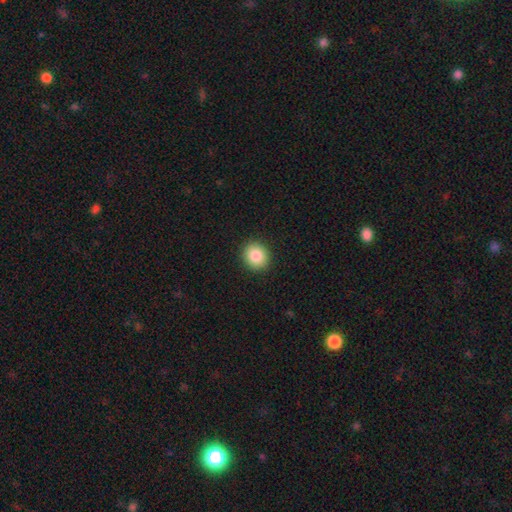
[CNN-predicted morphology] A smooth galaxy with no disk features (85%) that is round (73%).

Vote fractions:
- Smooth or featured? smooth: 85% / star or artifact: 9% / featured or disk: 6%
- How rounded? round: 73% / in between: 26% / cigar-shaped: 1%
- Merging? none: 92% / minor disturbance: 6% / major disturbance: 2% / merger: 1%